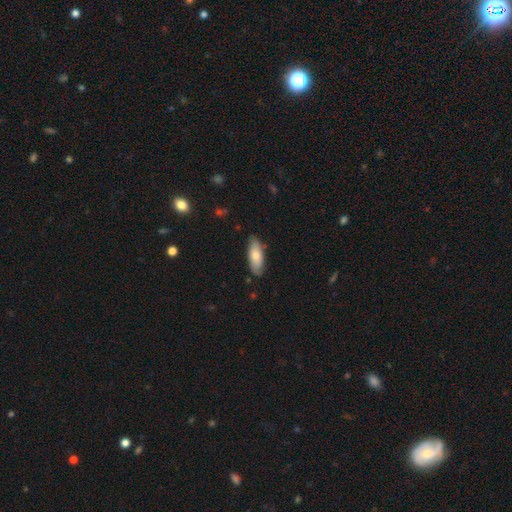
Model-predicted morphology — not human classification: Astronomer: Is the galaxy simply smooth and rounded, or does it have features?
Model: smooth — 71%.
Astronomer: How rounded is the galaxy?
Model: in between — 74%.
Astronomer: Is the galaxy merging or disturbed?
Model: none — 81%.